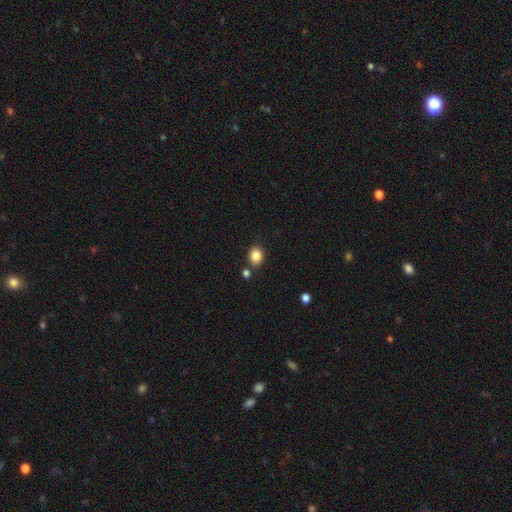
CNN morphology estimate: This is clearly a smooth galaxy (85%). How rounded: possibly round (53%). Merging: likely none (79%).